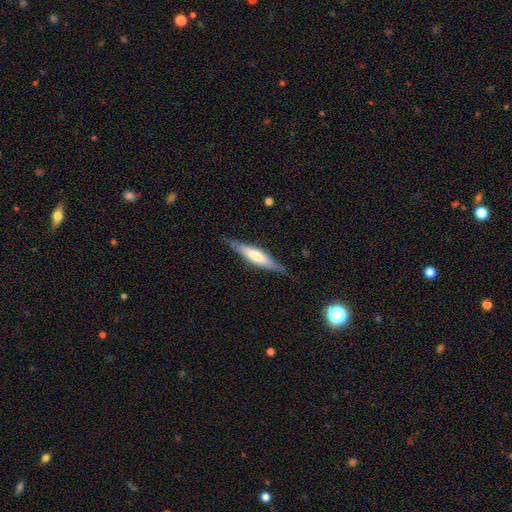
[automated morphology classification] Smooth or featured? featured or disk (56%)
Edge-on disk? yes (93%)
Edge-on bulge? rounded (52%)
Merging? none (83%)